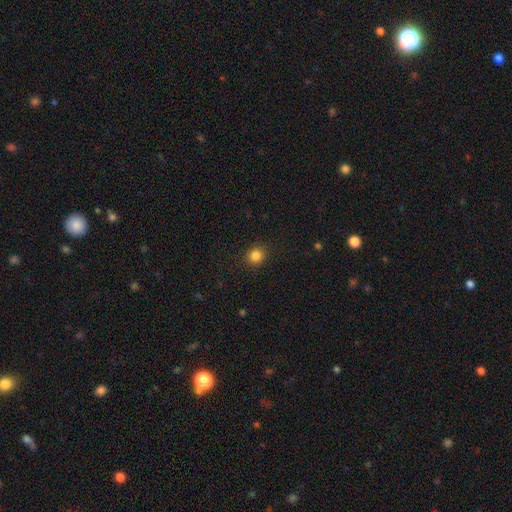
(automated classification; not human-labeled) The model was most divided on "smooth or featured": smooth: 84%, star or artifact: 12%, featured or disk: 4%. More confident: merging — none (89%); how rounded — round (85%).